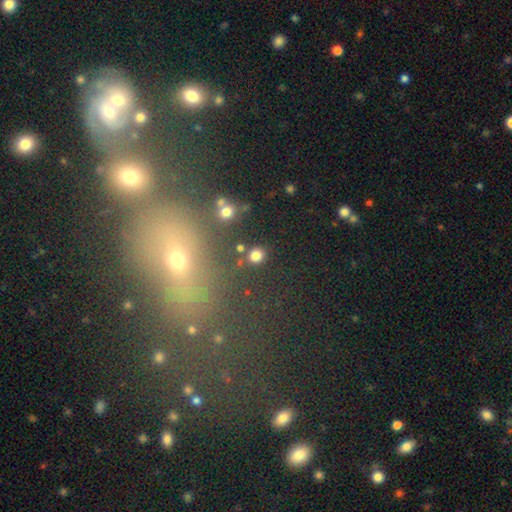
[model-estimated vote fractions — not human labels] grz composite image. It shows a smooth galaxy with no disk features (80%) that is round (81%). Merging: none (85%).